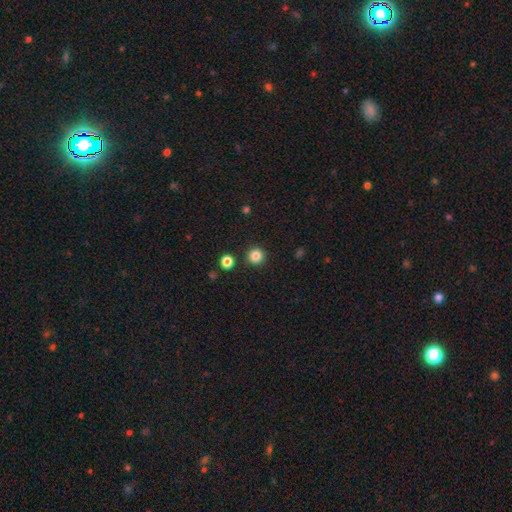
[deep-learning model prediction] smooth 84%, star or artifact 12%, featured or disk 4%. Down the decision tree: how rounded — round (95%); merging — none (91%).